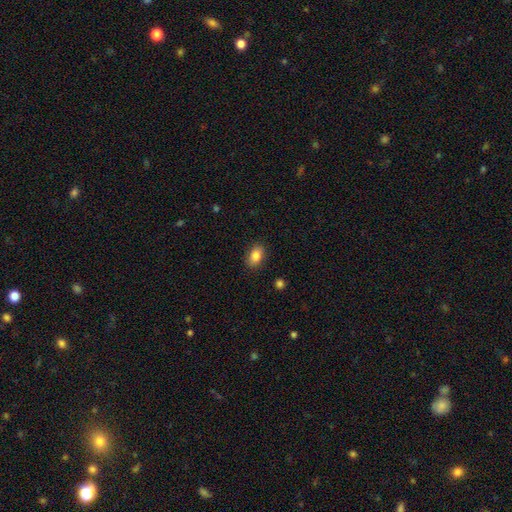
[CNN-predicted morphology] This appears to be a smooth galaxy with no disk features (85%) that is in between round and cigar-shaped (86%). Merging: none (87%).